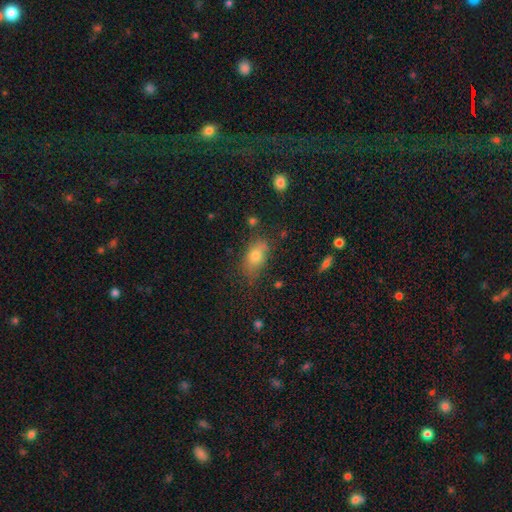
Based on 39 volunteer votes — A smooth galaxy with no disk features (79%) that is in between round and cigar-shaped (77%).

Vote fractions:
- Smooth or featured? smooth: 79% / featured or disk: 13% / star or artifact: 8%
- How rounded? in between: 77% / round: 19% / cigar-shaped: 3%
- Merging? none: 75% / minor disturbance: 11% / major disturbance: 11% / merger: 3%